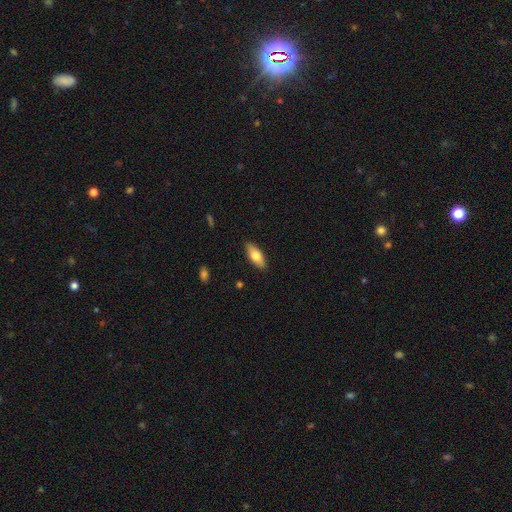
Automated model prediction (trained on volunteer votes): Smooth or featured: smooth — 73% (featured or disk — 21%)
How rounded: in between — 78% (cigar-shaped — 19%)
Merging: none — 88% (minor disturbance — 9%)